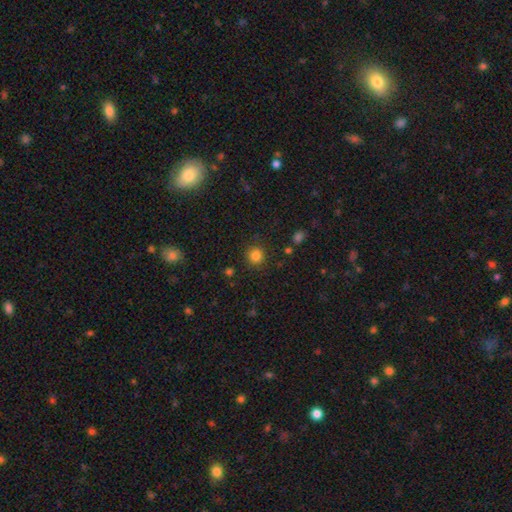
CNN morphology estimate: Smooth or featured?
  - smooth: 82% *
  - star or artifact: 13%
  - featured or disk: 5%
How rounded?
  - round: 92% *
  - in between: 7%
  - cigar-shaped: 1%
Merging?
  - none: 88% *
  - minor disturbance: 8%
  - major disturbance: 3%
  - merger: 2%